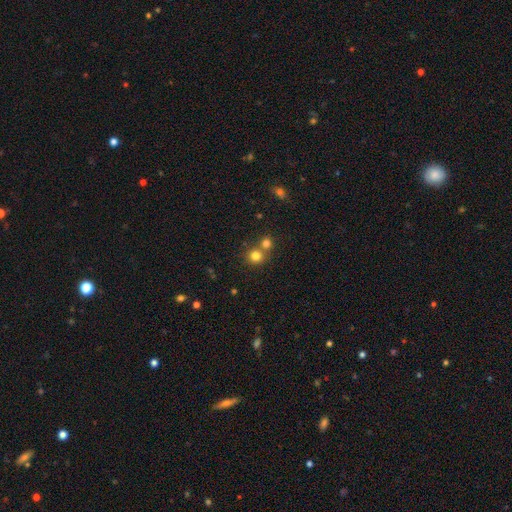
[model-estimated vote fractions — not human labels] Smooth or featured?
  - smooth: 78% *
  - star or artifact: 14%
  - featured or disk: 7%
How rounded?
  - round: 88% *
  - in between: 11%
  - cigar-shaped: 1%
Merging?
  - none: 57% *
  - merger: 35%
  - minor disturbance: 6%
  - major disturbance: 2%